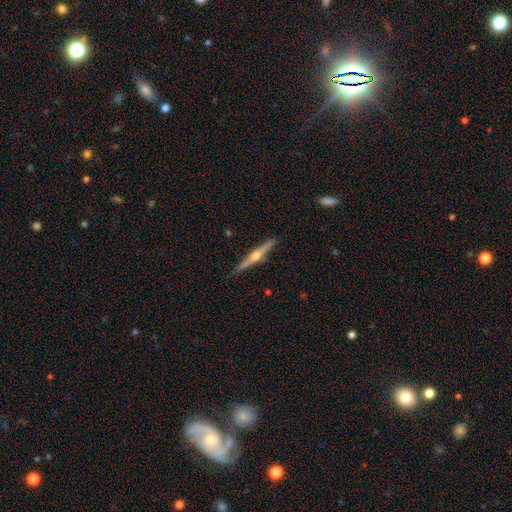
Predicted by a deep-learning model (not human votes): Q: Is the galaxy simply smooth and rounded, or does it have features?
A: featured or disk — 77%.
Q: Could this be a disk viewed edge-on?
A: yes — 98%.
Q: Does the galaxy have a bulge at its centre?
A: rounded — 93%.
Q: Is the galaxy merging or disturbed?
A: none — 90%.